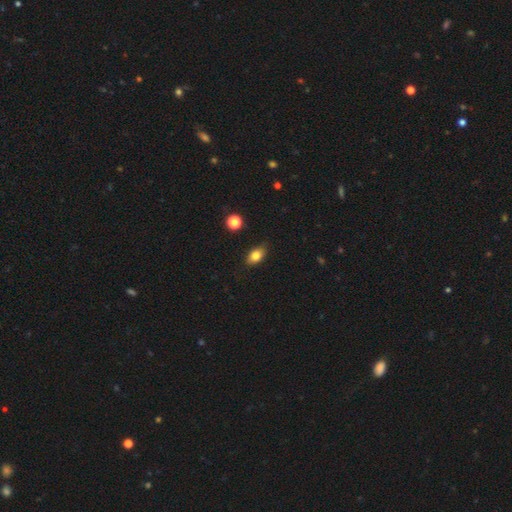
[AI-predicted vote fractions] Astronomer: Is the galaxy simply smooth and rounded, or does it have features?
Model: smooth — 81%.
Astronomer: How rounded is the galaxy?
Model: in between — 84%.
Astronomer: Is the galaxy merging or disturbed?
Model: none — 84%.